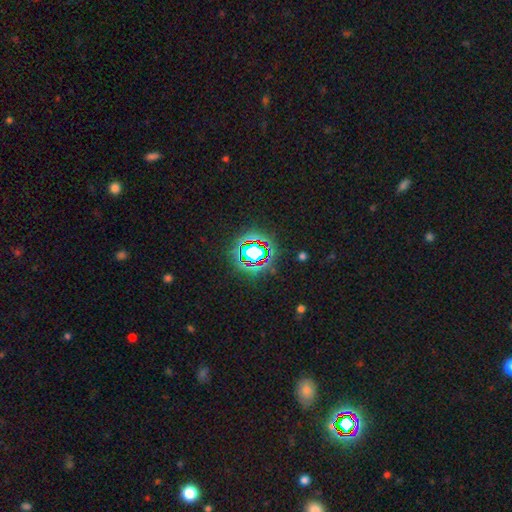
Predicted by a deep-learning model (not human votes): star or artifact 69%, smooth 19%, featured or disk 12%.